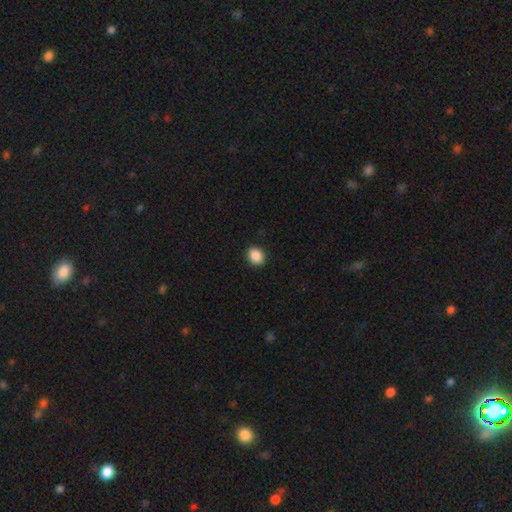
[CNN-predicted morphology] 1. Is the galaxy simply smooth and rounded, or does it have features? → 89% smooth, 8% star or artifact, 2% featured or disk.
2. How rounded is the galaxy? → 51% in between, 48% round, 1% cigar-shaped.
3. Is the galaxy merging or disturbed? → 90% none, 7% minor disturbance, 2% major disturbance, 1% merger.